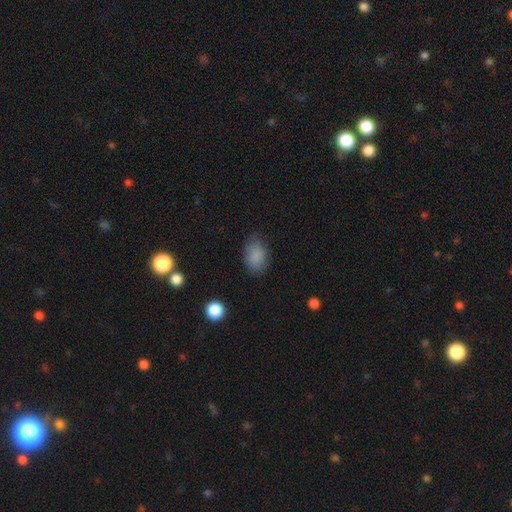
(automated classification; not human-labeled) Overall: smooth (86%). How rounded: in between (83%). Merging: none (79%).